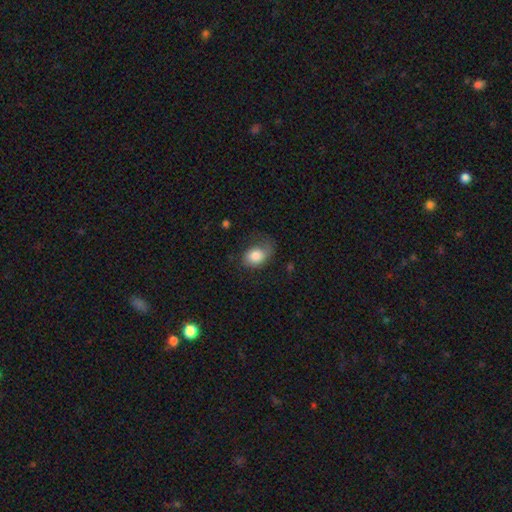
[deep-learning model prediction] smooth-or-featured: smooth: 78% | featured or disk: 15% | star or artifact: 8%
  how-rounded: in between: 71% | round: 28% | cigar-shaped: 1%
  merging: none: 45% | minor disturbance: 30% | major disturbance: 23% | merger: 2%